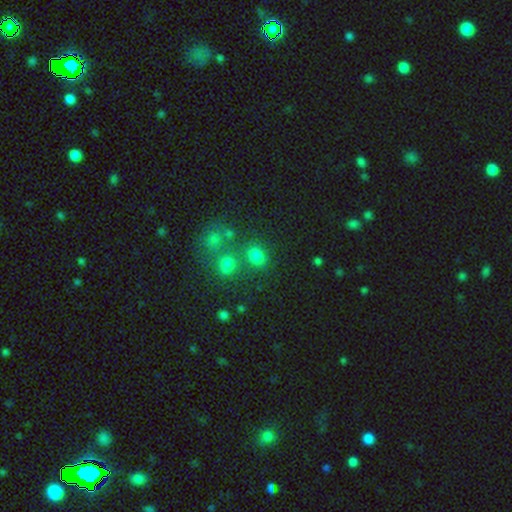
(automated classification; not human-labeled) smooth 74%, star or artifact 18%, featured or disk 8%. Down the decision tree: how rounded — in between (63%); merging — none (61%).